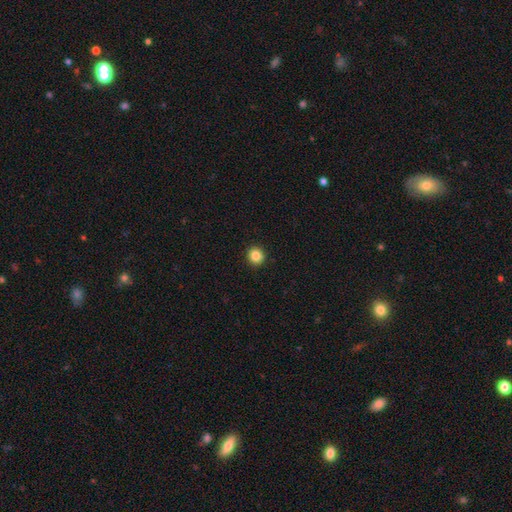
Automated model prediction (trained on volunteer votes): Smooth or featured? smooth (86%)
How rounded? round (91%)
Merging? none (93%)